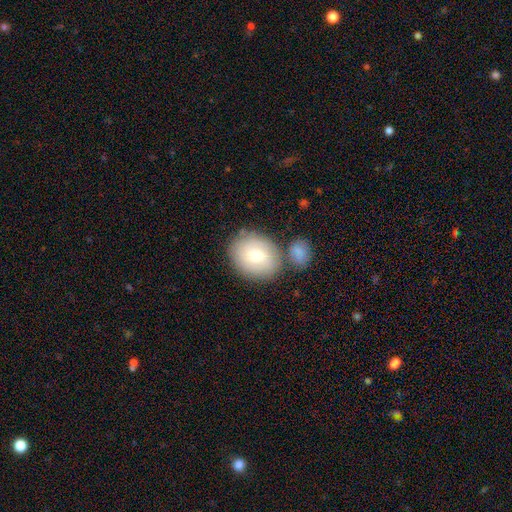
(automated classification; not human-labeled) smooth 69%, featured or disk 24%, star or artifact 7%. Down the decision tree: how rounded — round (62%); merging — none (65%).